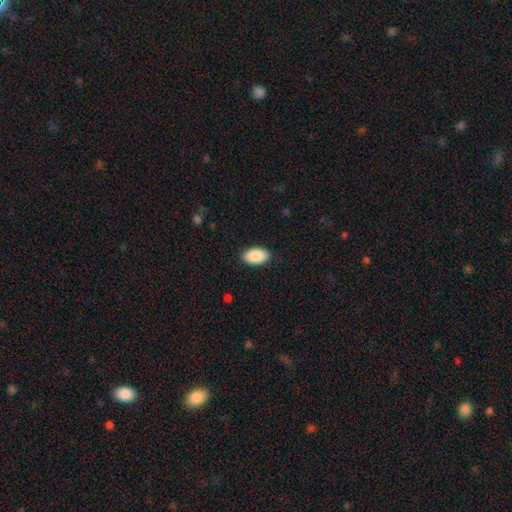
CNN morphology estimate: A smooth galaxy with no disk features (91%) that is in between round and cigar-shaped (95%). Merging: none (88%).